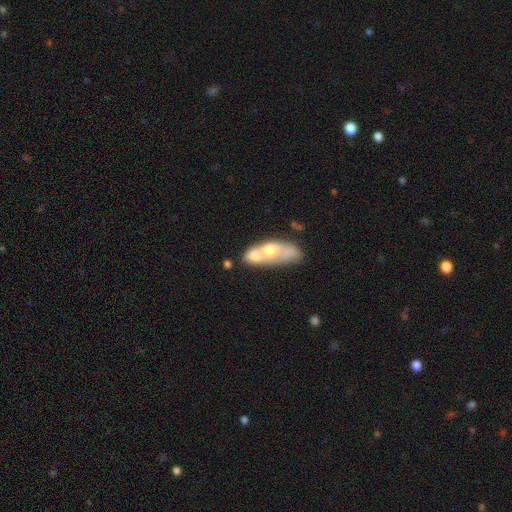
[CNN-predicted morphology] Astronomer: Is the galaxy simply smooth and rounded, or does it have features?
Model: smooth — 54% (runner-up: featured or disk, 38%).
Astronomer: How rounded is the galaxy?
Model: in between — 66%.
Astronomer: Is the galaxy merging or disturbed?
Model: merger — 71%.